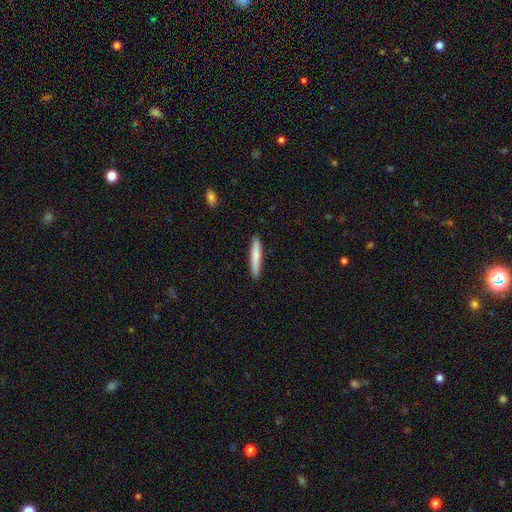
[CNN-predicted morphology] smooth_or_featured: smooth (p=0.77) [alt: featured or disk p=0.18]
how_rounded: cigar-shaped (p=0.94) [alt: in between p=0.05]
merging: none (p=0.91) [alt: minor disturbance p=0.07]